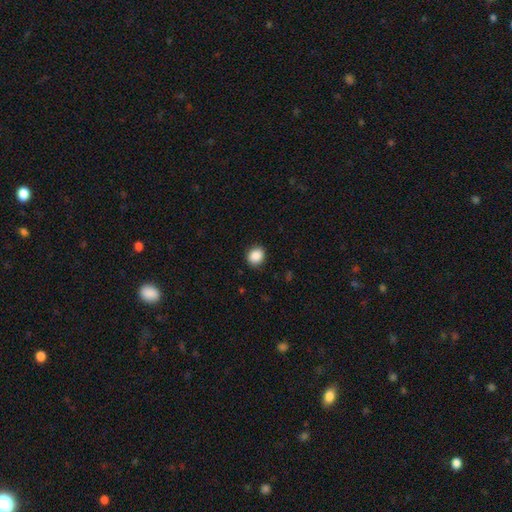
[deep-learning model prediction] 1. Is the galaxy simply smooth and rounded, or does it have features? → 88% smooth, 9% star or artifact, 3% featured or disk.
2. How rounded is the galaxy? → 80% round, 19% in between, 1% cigar-shaped.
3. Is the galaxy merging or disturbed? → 89% none, 8% minor disturbance, 2% major disturbance, 1% merger.